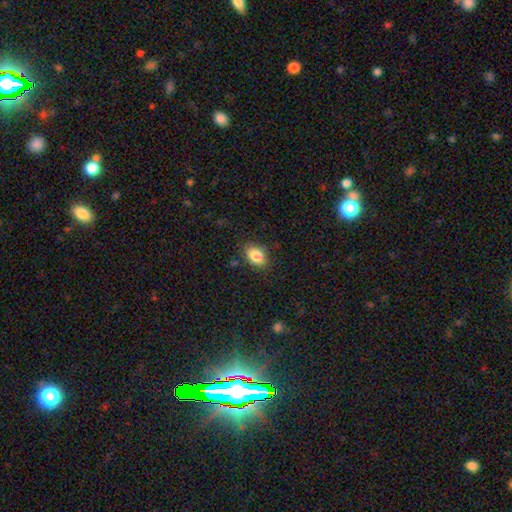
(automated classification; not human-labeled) Q: Smooth or featured?
A: smooth (85%); runner-up: star or artifact (8%)
Q: How rounded?
A: in between (85%); runner-up: round (13%)
Q: Merging?
A: none (82%); runner-up: minor disturbance (13%)